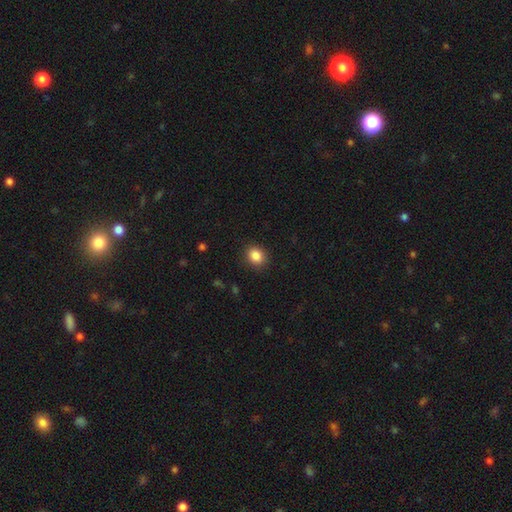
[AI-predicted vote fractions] This appears to be a smooth galaxy with no disk features (86%) that is round (56%). Merging: none (88%).